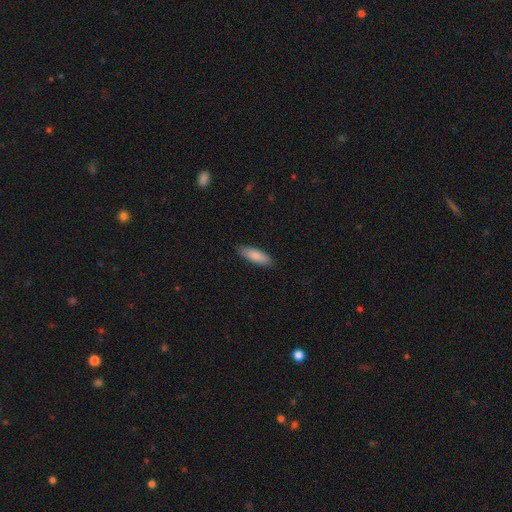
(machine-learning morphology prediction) Smooth or featured?
  - smooth: 86% *
  - featured or disk: 9%
  - star or artifact: 5%
How rounded?
  - in between: 54% *
  - cigar-shaped: 44%
  - round: 2%
Merging?
  - none: 87% *
  - minor disturbance: 10%
  - major disturbance: 2%
  - merger: 1%